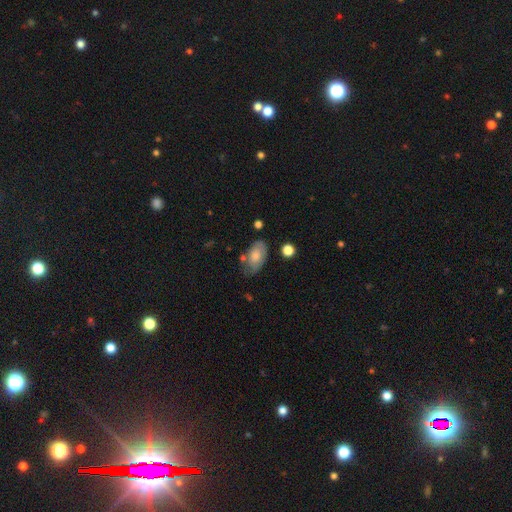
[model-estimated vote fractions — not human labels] A smooth galaxy with no disk features (70%) that is in between round and cigar-shaped (93%).

Vote fractions:
- Smooth or featured? smooth: 70% / featured or disk: 24% / star or artifact: 7%
- How rounded? in between: 93% / round: 5% / cigar-shaped: 2%
- Merging? none: 60% / minor disturbance: 27% / major disturbance: 8% / merger: 6%